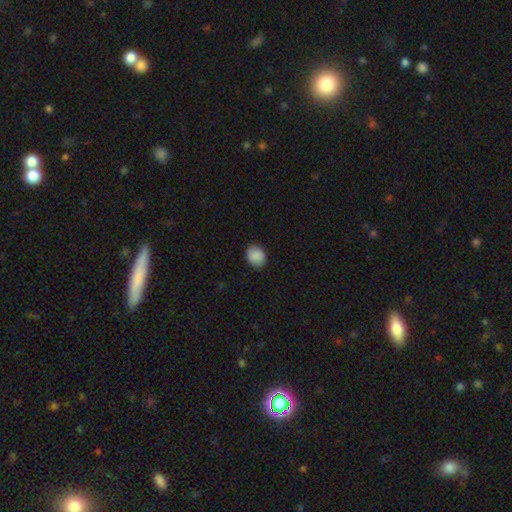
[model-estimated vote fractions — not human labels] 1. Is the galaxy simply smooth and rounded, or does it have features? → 88% smooth, 8% star or artifact, 4% featured or disk.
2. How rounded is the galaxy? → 63% round, 36% in between, 1% cigar-shaped.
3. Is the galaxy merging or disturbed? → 88% none, 9% minor disturbance, 2% major disturbance, 1% merger.